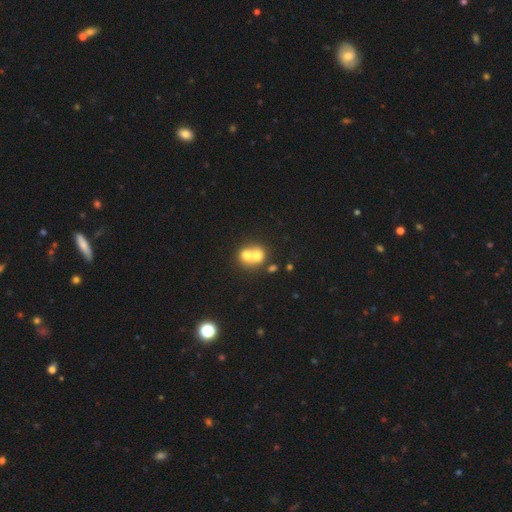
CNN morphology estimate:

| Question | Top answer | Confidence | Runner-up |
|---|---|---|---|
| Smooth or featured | smooth | 66% | featured or disk (24%) |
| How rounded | round | 71% | in between (28%) |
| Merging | merger | 73% | none (21%) |